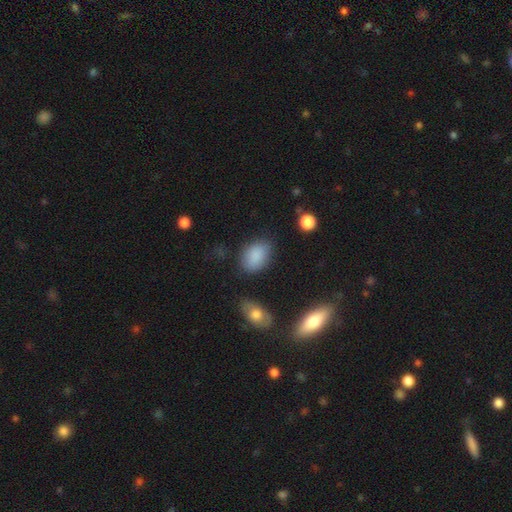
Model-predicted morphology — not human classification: smooth 87%, star or artifact 8%, featured or disk 6%. Down the decision tree: how rounded — in between (85%); merging — none (76%).